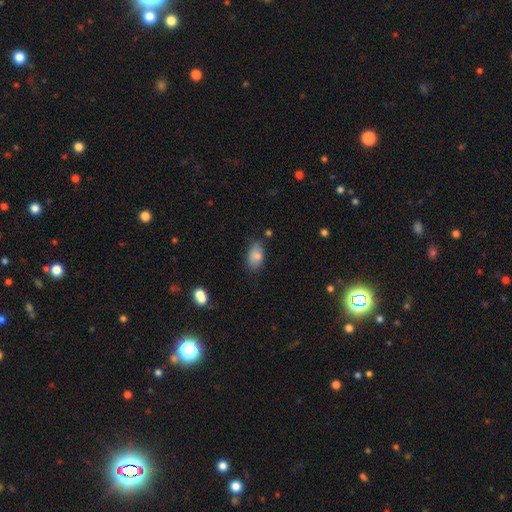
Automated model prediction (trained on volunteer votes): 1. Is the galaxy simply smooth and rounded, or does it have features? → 82% smooth, 9% featured or disk, 8% star or artifact.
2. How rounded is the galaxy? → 91% in between, 7% round, 2% cigar-shaped.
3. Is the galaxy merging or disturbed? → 76% none, 18% minor disturbance, 4% major disturbance, 3% merger.